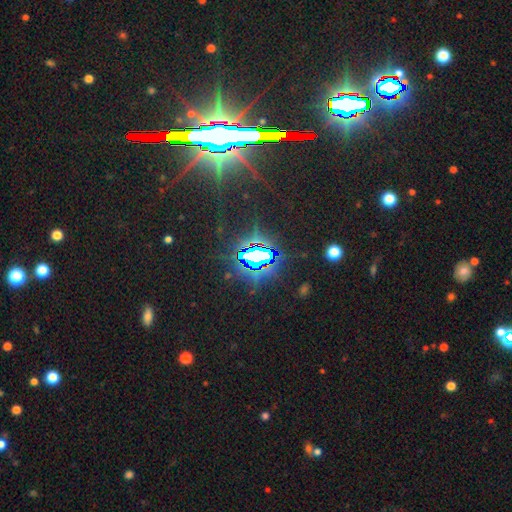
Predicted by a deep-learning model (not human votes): smooth_or_featured: star or artifact (p=0.83) [alt: featured or disk p=0.09]